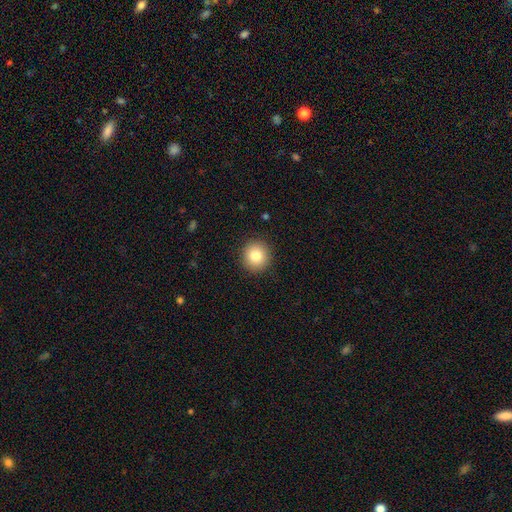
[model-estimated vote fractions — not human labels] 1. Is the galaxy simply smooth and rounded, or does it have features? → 82% smooth, 10% star or artifact, 8% featured or disk.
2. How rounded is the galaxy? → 93% round, 6% in between, 1% cigar-shaped.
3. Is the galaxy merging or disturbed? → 92% none, 5% minor disturbance, 2% major disturbance, 1% merger.